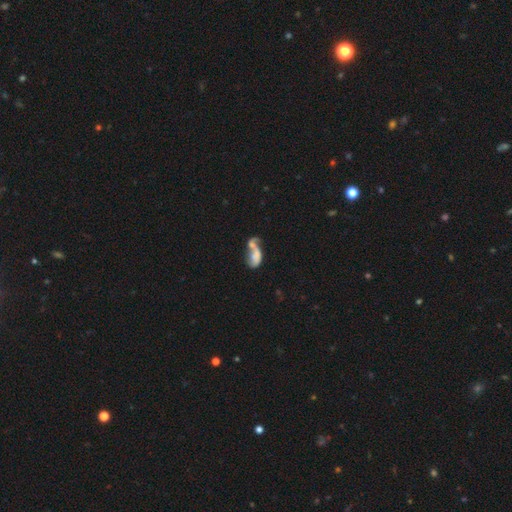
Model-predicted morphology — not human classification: Q: Smooth or featured?
A: smooth (49%); runner-up: featured or disk (42%)
Q: Merging?
A: merger (57%); runner-up: major disturbance (19%)